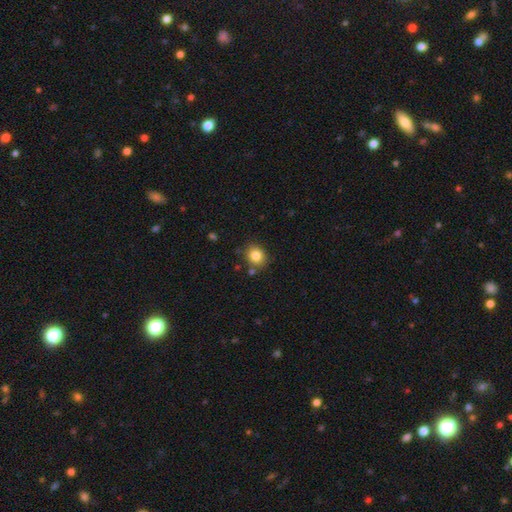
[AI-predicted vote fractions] Smooth or featured? Predicted: smooth (p=0.83). How rounded? Predicted: round (p=0.65). Merging? Predicted: none (p=0.82).